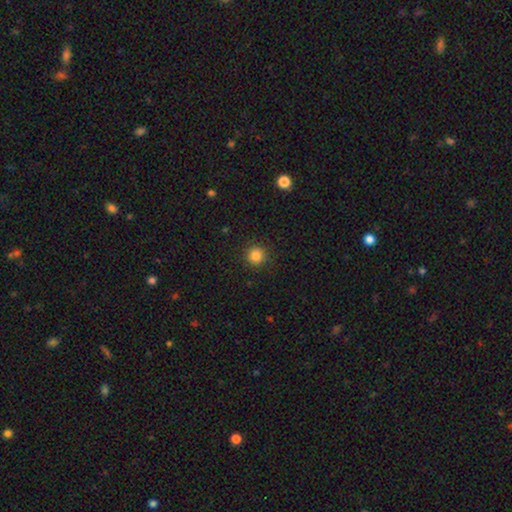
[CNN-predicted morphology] Q: Smooth or featured?
A: smooth (84%); runner-up: star or artifact (12%)
Q: How rounded?
A: round (95%); runner-up: in between (4%)
Q: Merging?
A: none (91%); runner-up: minor disturbance (6%)